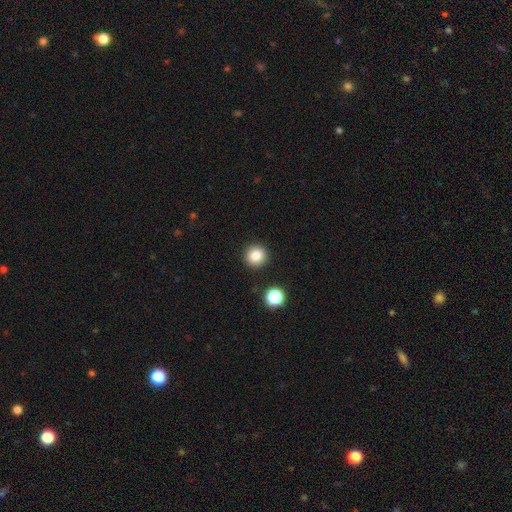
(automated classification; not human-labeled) smooth-or-featured: smooth: 85% | star or artifact: 11% | featured or disk: 5%
  how-rounded: round: 93% | in between: 6% | cigar-shaped: 1%
  merging: none: 90% | minor disturbance: 6% | merger: 2% | major disturbance: 2%